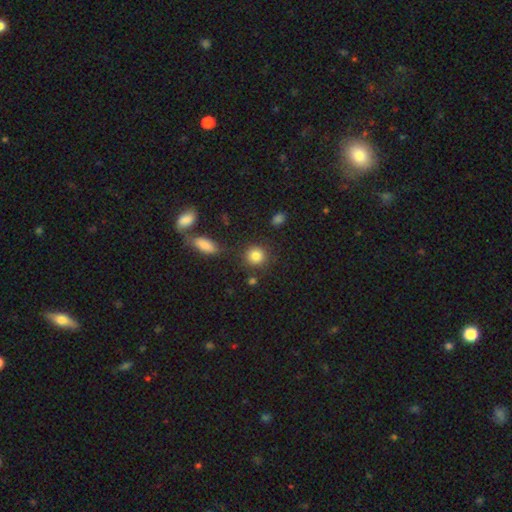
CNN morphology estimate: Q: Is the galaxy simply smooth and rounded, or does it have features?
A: smooth — 85%.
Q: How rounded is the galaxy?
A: round — 86%.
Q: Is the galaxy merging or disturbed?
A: none — 80%.